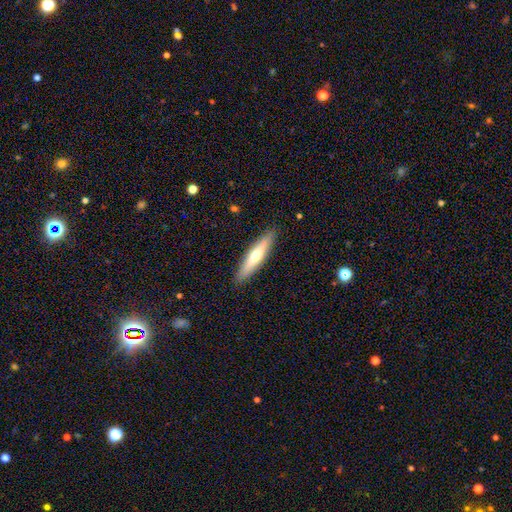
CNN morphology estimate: The model was most divided on "smooth or featured": smooth: 55%, featured or disk: 39%, star or artifact: 5%. More confident: merging — none (89%); how rounded — cigar-shaped (81%).